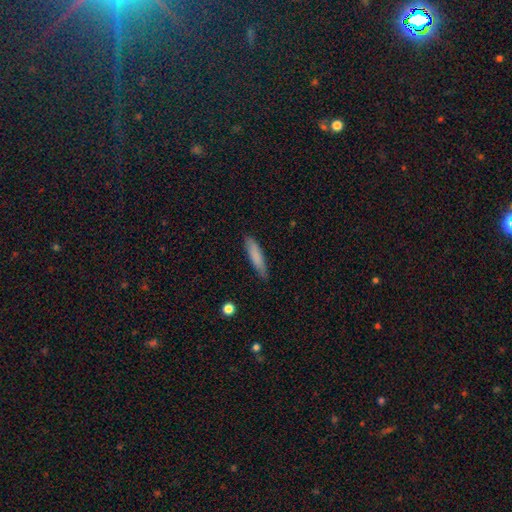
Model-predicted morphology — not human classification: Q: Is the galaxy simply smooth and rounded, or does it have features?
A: smooth — 81%.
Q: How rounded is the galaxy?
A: cigar-shaped — 82%.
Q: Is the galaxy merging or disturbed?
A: none — 82%.